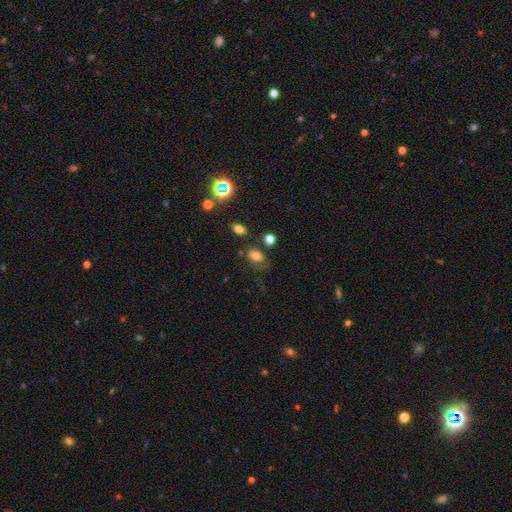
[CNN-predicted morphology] This appears to be a smooth galaxy with no disk features (69%) that is in between round and cigar-shaped (72%). Merging: none (57%).